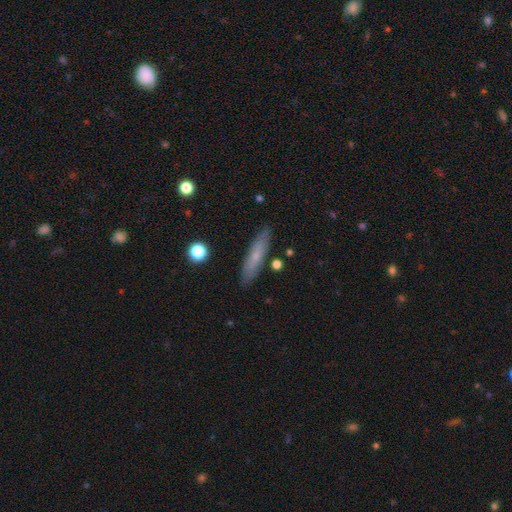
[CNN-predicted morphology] Smooth or featured?
  - smooth: 62% *
  - featured or disk: 31%
  - star or artifact: 7%
How rounded?
  - cigar-shaped: 82% *
  - in between: 16%
  - round: 2%
Merging?
  - none: 87% *
  - minor disturbance: 9%
  - merger: 2%
  - major disturbance: 2%